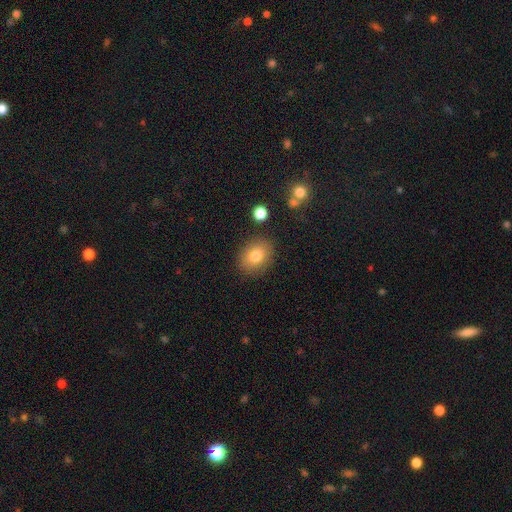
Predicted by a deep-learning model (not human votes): Smooth or featured? Predicted: smooth (p=0.80). How rounded? Predicted: in between (p=0.55). Merging? Predicted: none (p=0.85).